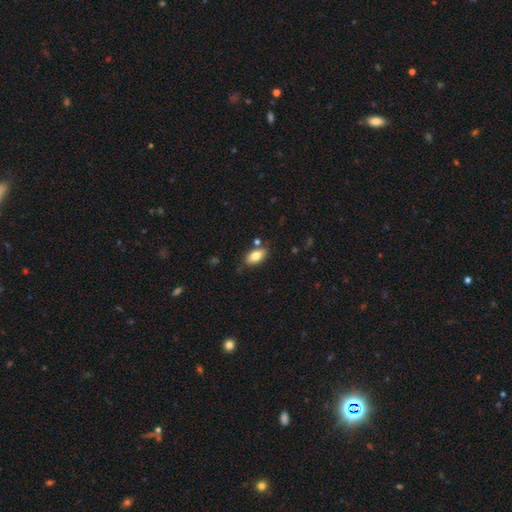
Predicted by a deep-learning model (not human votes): Morphology: type=smooth (82%); roundness=in between (92%); merging=none (77%).